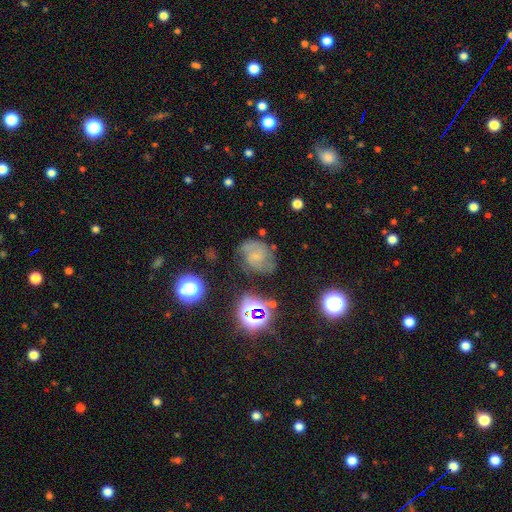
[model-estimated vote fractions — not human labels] Q: Smooth or featured?
A: featured or disk (56%); runner-up: smooth (27%)
Q: Edge-on disk?
A: no (97%); runner-up: yes (3%)
Q: Bar?
A: no (58%); runner-up: weak (35%)
Q: Spiral arms?
A: yes (86%); runner-up: no (14%)
Q: Bulge size?
A: small (53%); runner-up: moderate (22%)
Q: Merging?
A: none (59%); runner-up: minor disturbance (24%)